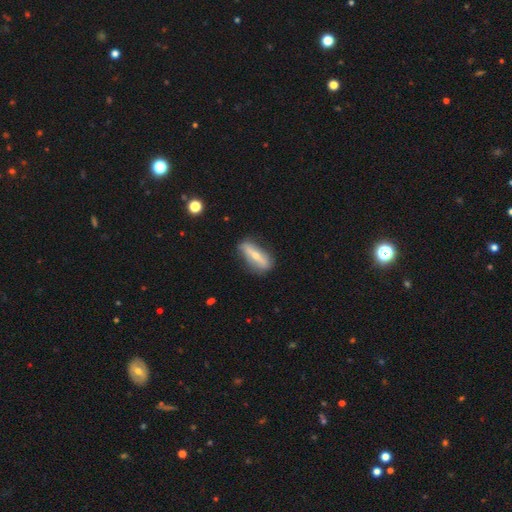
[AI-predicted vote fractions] Overall: featured or disk (57%; smooth 36%). Edge-on disk: yes (53%; no 47%). Merging: none (77%).